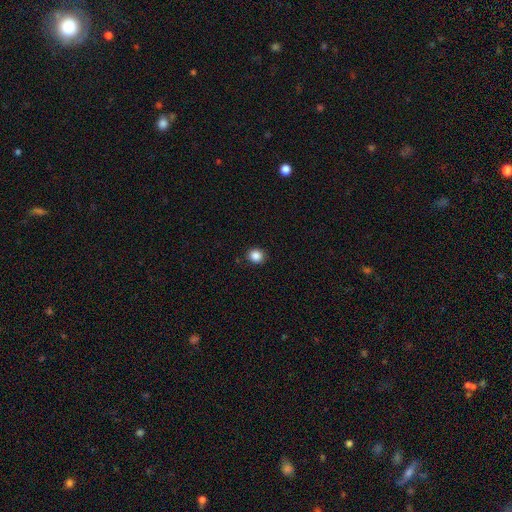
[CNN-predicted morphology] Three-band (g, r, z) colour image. It shows a smooth galaxy with no disk features (87%) that is round (79%). Merging: none (89%).